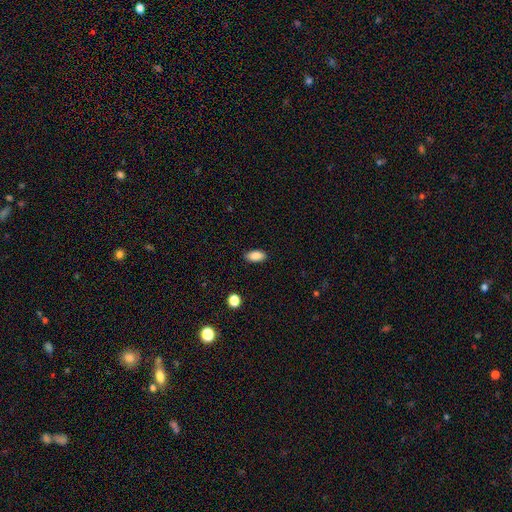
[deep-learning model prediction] A smooth galaxy with no disk features (87%) that is in between round and cigar-shaped (92%). Merging: none (87%).